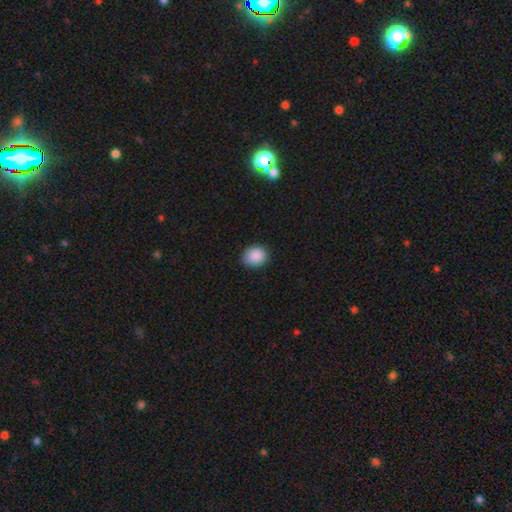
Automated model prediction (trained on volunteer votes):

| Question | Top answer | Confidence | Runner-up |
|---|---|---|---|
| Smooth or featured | smooth | 88% | star or artifact (8%) |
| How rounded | round | 64% | in between (35%) |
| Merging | none | 84% | minor disturbance (13%) |